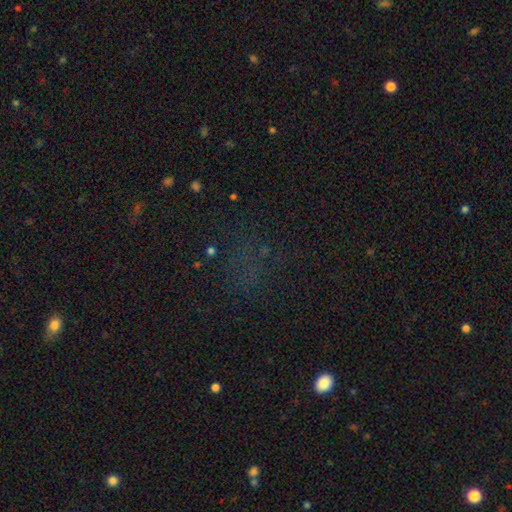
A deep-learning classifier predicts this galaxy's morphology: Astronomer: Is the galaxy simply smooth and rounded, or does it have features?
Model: star or artifact — 58%.